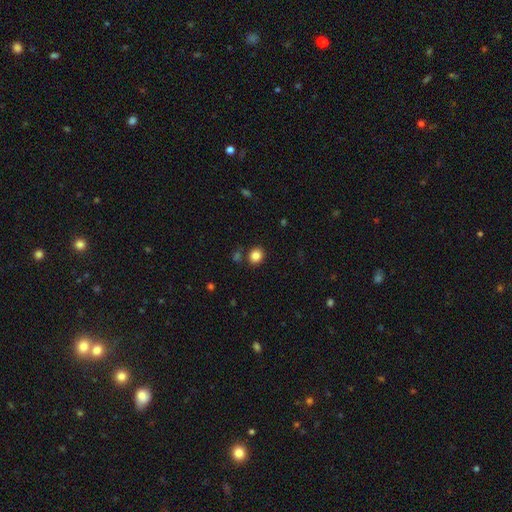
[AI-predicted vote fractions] Smooth or featured: smooth — 84% (star or artifact — 11%)
How rounded: round — 70% (in between — 29%)
Merging: none — 83% (minor disturbance — 9%)